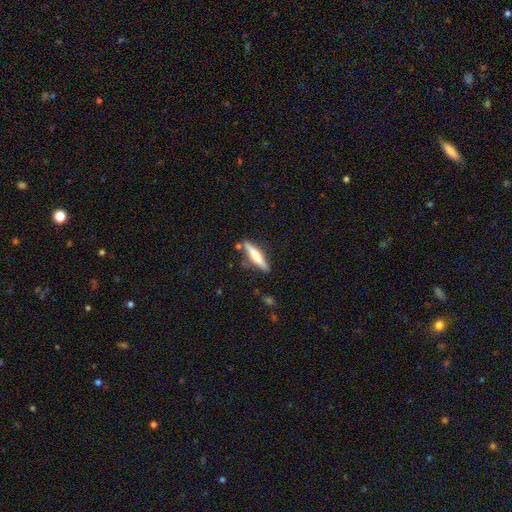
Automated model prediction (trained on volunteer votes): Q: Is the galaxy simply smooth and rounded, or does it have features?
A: smooth — 58%.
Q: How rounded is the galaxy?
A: cigar-shaped — 86%.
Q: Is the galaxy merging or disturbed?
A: none — 79%.